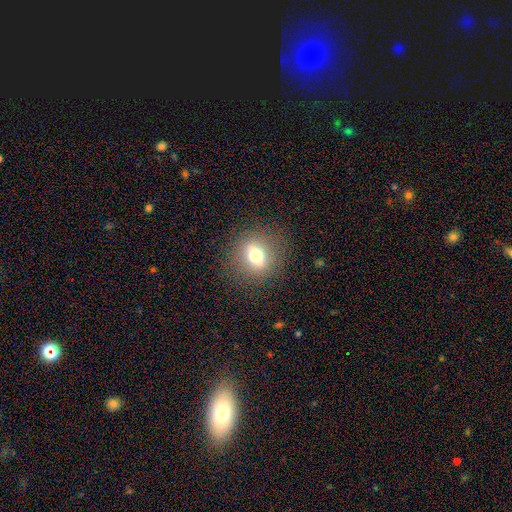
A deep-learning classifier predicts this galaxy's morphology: Q: Smooth or featured?
A: smooth (59%); runner-up: featured or disk (28%)
Q: How rounded?
A: round (67%); runner-up: in between (30%)
Q: Merging?
A: none (86%); runner-up: minor disturbance (9%)